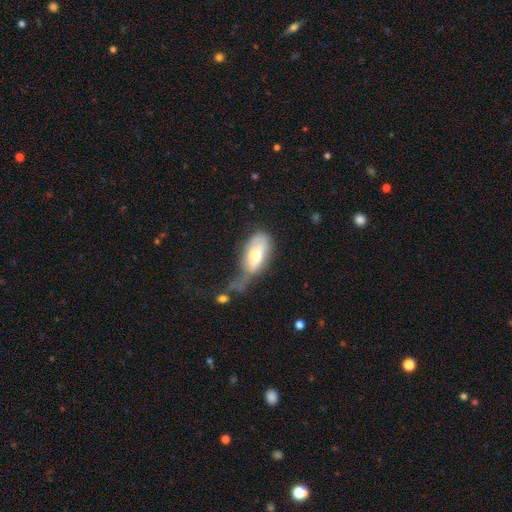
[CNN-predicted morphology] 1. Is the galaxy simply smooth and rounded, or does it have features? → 61% smooth, 32% featured or disk, 7% star or artifact.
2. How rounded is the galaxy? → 88% in between, 8% cigar-shaped, 4% round.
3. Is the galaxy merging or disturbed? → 40% major disturbance, 26% minor disturbance, 19% none, 15% merger.